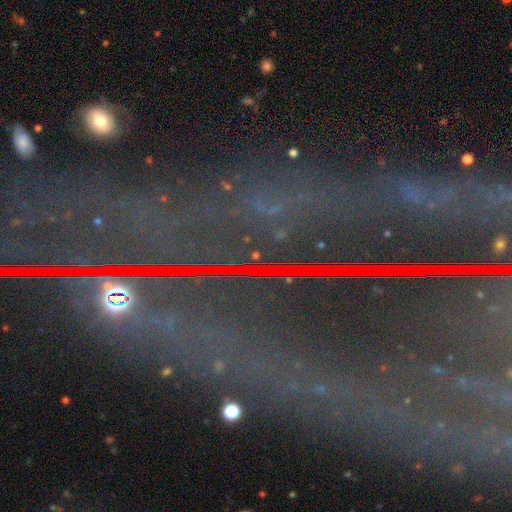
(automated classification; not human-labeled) This is clearly a star or artifact rather than a galaxy (85%).